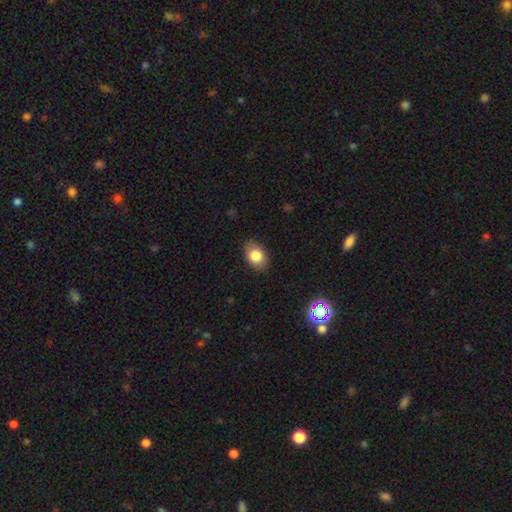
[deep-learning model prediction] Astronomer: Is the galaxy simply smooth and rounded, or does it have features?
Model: smooth — 82%.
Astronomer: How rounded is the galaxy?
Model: in between — 81%.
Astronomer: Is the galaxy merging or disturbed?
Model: none — 86%.